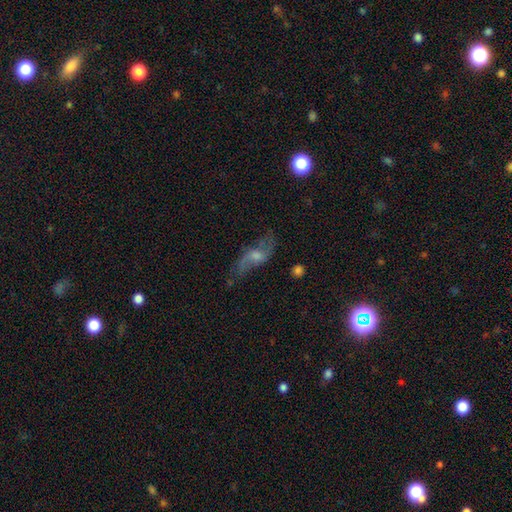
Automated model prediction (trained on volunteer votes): This is likely a featured or disk galaxy (67%). It is clearly not viewed edge-on (84%). Bar: possibly no (54%). Spiral arm pattern: clearly yes (85%). Central bulge: marginally moderate (45%). Merging: likely none (62%).